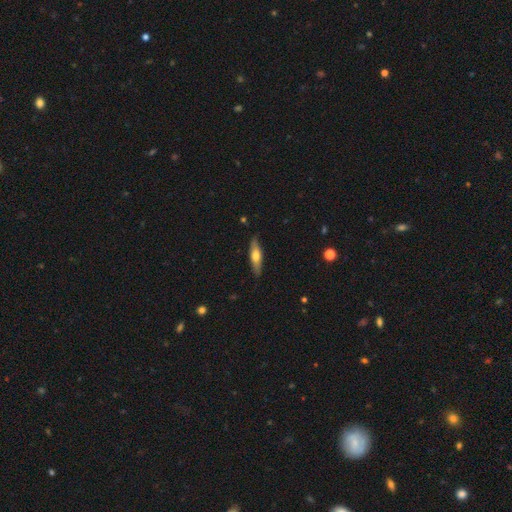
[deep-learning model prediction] Morphology: type=smooth (51%); roundness=cigar-shaped (68%); merging=none (86%).